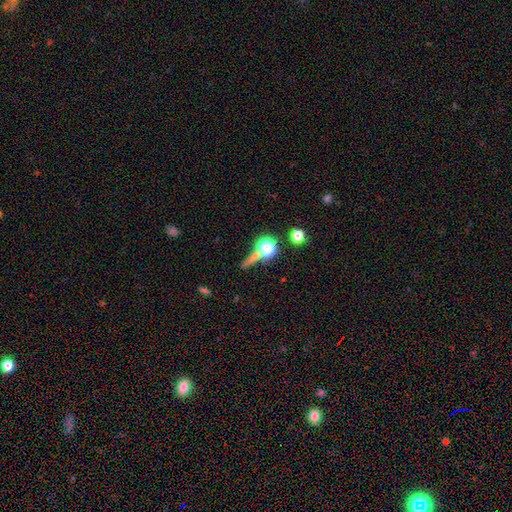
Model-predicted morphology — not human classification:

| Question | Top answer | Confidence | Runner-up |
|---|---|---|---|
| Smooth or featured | smooth | 43% | star or artifact (36%) |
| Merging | none | 58% | merger (18%) |